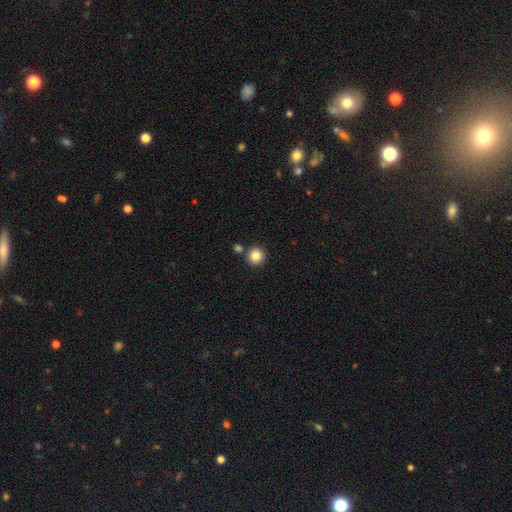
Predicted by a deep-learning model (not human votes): A smooth galaxy with no disk features (84%) that is round (94%).

Vote fractions:
- Smooth or featured? smooth: 84% / star or artifact: 10% / featured or disk: 6%
- How rounded? round: 94% / in between: 5% / cigar-shaped: 1%
- Merging? none: 85% / merger: 7% / minor disturbance: 6% / major disturbance: 2%